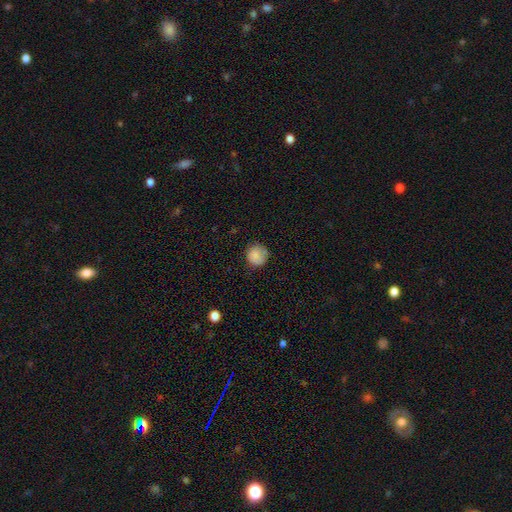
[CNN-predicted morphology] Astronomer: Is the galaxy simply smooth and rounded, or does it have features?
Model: smooth — 82%.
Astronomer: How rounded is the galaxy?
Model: round — 90%.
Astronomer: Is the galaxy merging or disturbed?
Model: none — 73%.